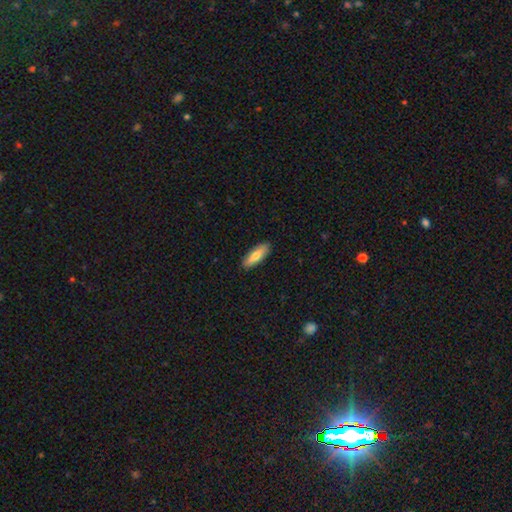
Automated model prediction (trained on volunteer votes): The model was most divided on "how rounded": in between: 57%, cigar-shaped: 41%, round: 2%. More confident: merging — none (90%); smooth or featured — smooth (74%).